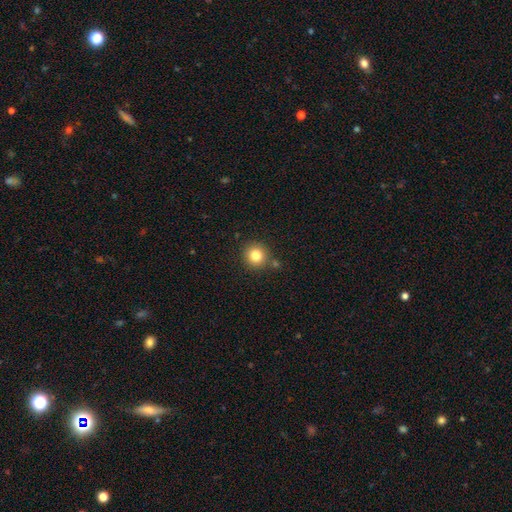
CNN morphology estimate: This is clearly a smooth galaxy (82%). How rounded: clearly round (93%). Merging: clearly none (83%).